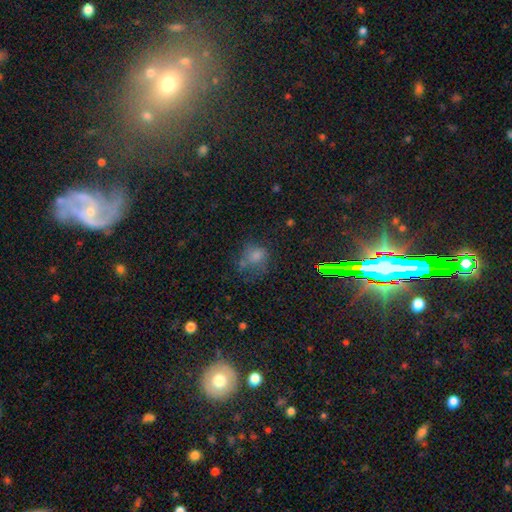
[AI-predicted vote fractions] Overall: smooth (49%; star or artifact 35%). Merging: none (51%; minor disturbance 23%).